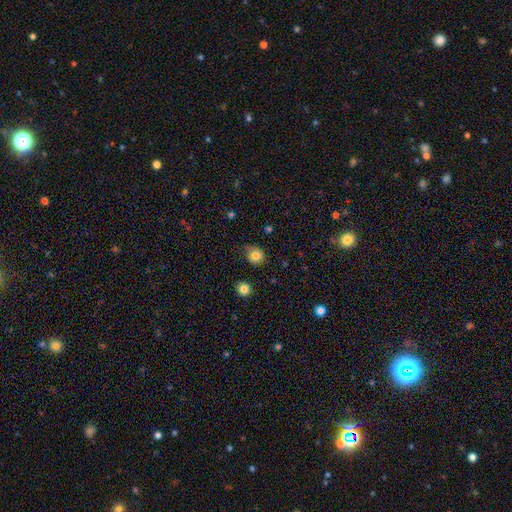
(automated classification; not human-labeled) The model was most divided on "merging": none: 65%, minor disturbance: 26%, major disturbance: 7%, merger: 2%. More confident: smooth or featured — smooth (80%); how rounded — round (76%).